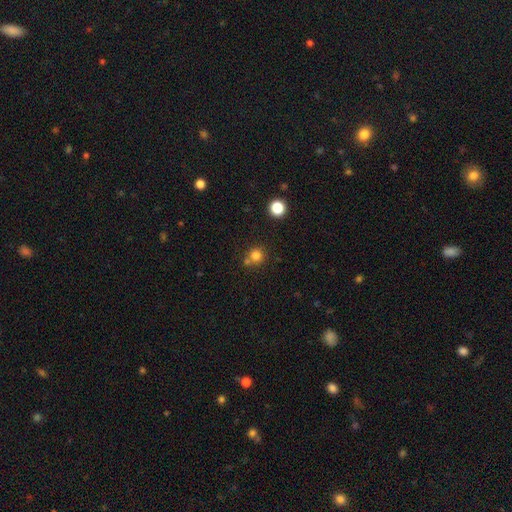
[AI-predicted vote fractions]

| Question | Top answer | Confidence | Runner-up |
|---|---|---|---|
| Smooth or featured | smooth | 79% | star or artifact (14%) |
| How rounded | round | 92% | in between (7%) |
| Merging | none | 66% | merger (23%) |